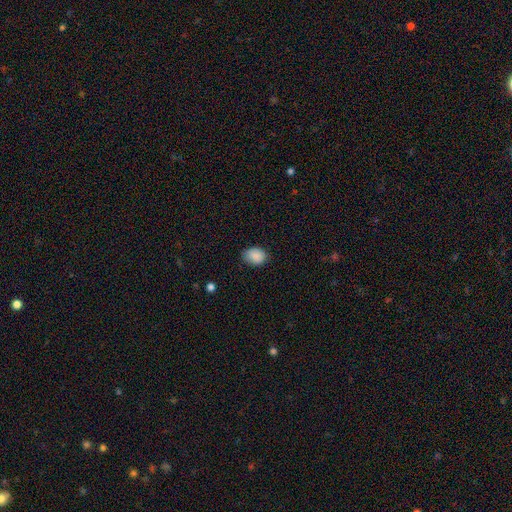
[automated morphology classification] smooth_or_featured: smooth (p=0.88) [alt: star or artifact p=0.08]
how_rounded: in between (p=0.67) [alt: round p=0.32]
merging: none (p=0.76) [alt: minor disturbance p=0.19]